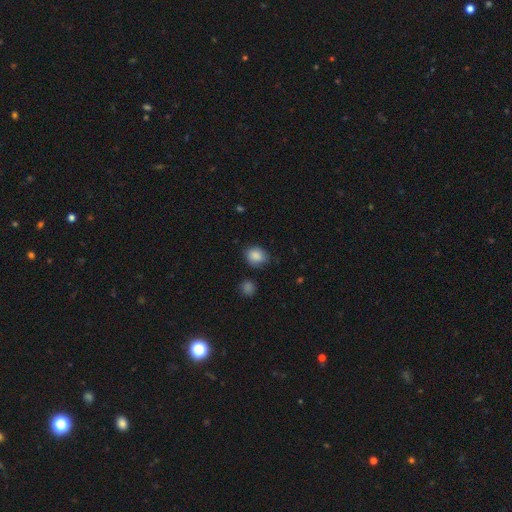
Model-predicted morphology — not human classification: This is clearly a smooth galaxy (86%). How rounded: possibly round (52%). Merging: likely none (68%).